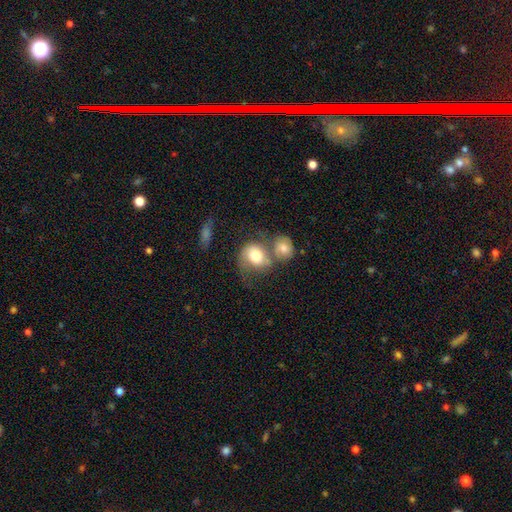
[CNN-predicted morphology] Smooth or featured?
  - smooth: 65% *
  - featured or disk: 28%
  - star or artifact: 7%
How rounded?
  - round: 57% *
  - in between: 41%
  - cigar-shaped: 1%
Merging?
  - merger: 49% *
  - none: 24%
  - minor disturbance: 14%
  - major disturbance: 13%